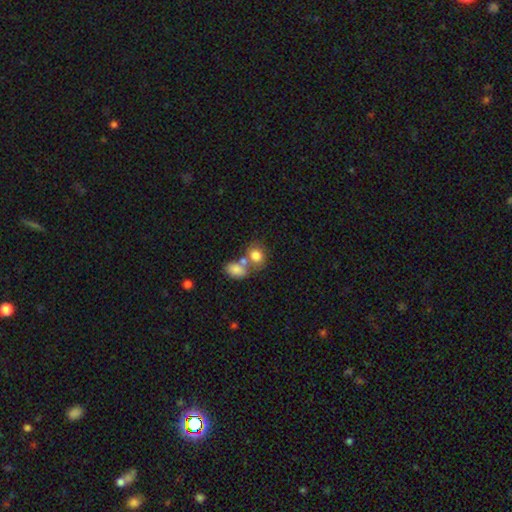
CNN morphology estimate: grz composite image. It shows a smooth galaxy with no disk features (79%) that is round (51%). Merging: merger (46%).